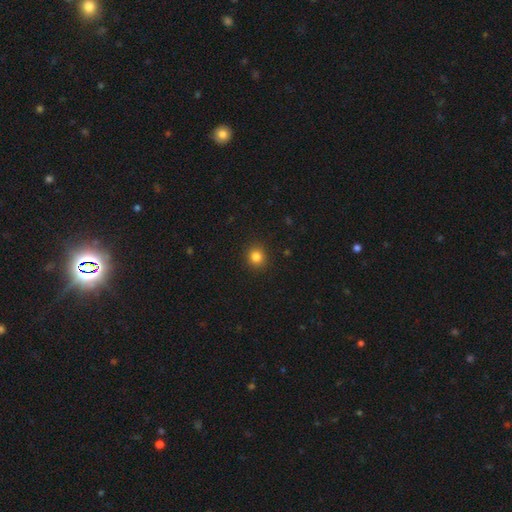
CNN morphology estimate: Smooth or featured? Predicted: smooth (p=0.83). How rounded? Predicted: round (p=0.89). Merging? Predicted: none (p=0.92).